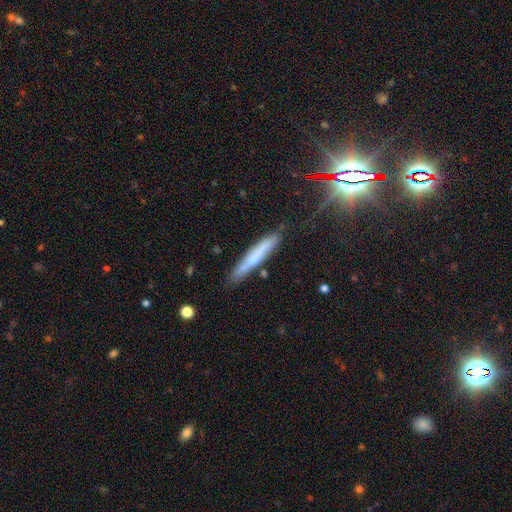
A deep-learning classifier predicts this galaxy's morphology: Smooth or featured? smooth (58%)
How rounded? cigar-shaped (94%)
Merging? none (81%)